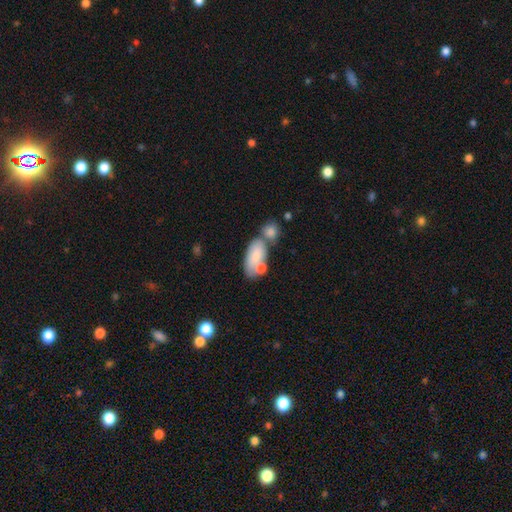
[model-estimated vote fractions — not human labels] smooth_or_featured: smooth (p=0.75) [alt: featured or disk p=0.19]
how_rounded: in between (p=0.90) [alt: cigar-shaped p=0.07]
merging: merger (p=0.44) [alt: none p=0.34]